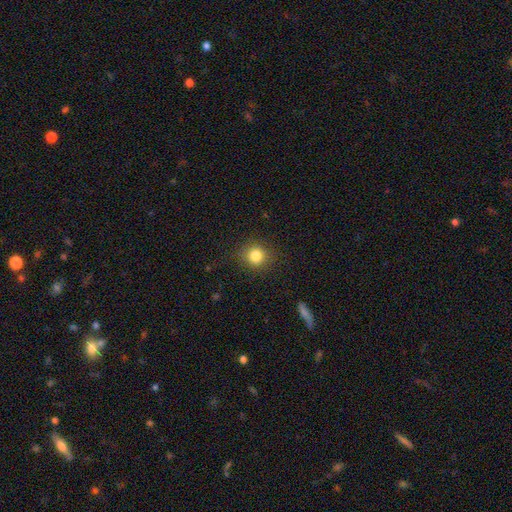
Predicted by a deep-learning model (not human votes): This appears to be a smooth galaxy with no disk features (82%) that is round (88%). Merging: none (88%).